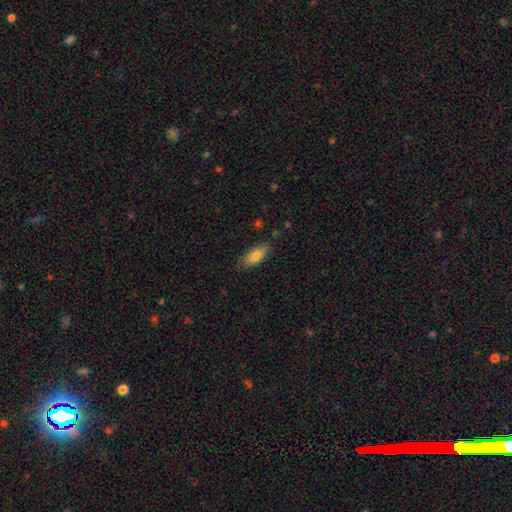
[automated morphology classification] smooth 78%, featured or disk 15%, star or artifact 7%. Down the decision tree: how rounded — in between (80%); merging — none (77%).